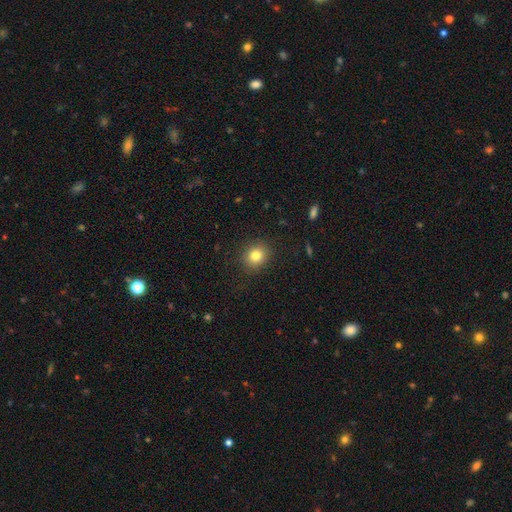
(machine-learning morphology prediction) smooth-or-featured: smooth: 81% | star or artifact: 12% | featured or disk: 7%
  how-rounded: round: 78% | in between: 21% | cigar-shaped: 1%
  merging: none: 89% | minor disturbance: 7% | major disturbance: 3% | merger: 1%